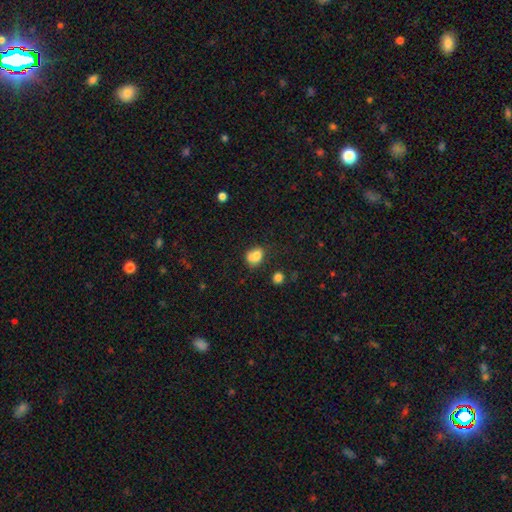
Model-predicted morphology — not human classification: smooth_or_featured: smooth (p=0.76) [alt: featured or disk p=0.13]
how_rounded: in between (p=0.51) [alt: round p=0.48]
merging: none (p=0.38) [alt: merger p=0.31]